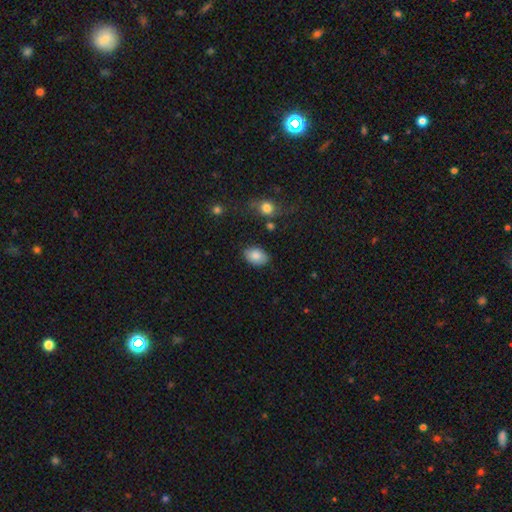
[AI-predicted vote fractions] smooth 86%, star or artifact 8%, featured or disk 7%. Down the decision tree: how rounded — in between (80%); merging — none (82%).